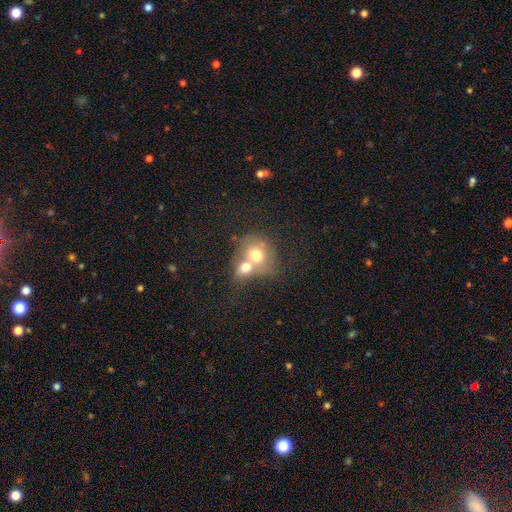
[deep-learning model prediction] Overall: smooth (67%). How rounded: round (60%; in between 39%). Merging: merger (71%).